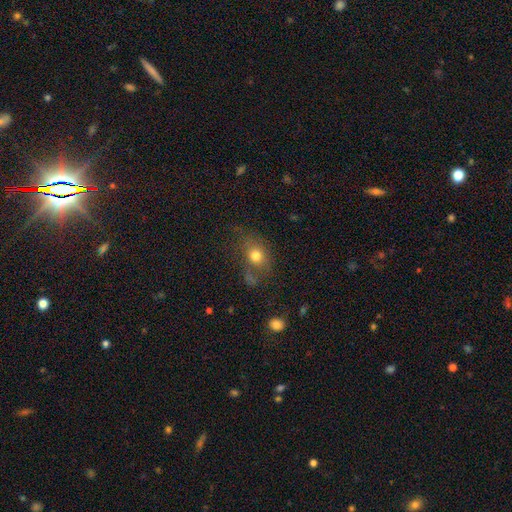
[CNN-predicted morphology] smooth 70%, featured or disk 17%, star or artifact 14%. Down the decision tree: how rounded — in between (53%); merging — none (55%).